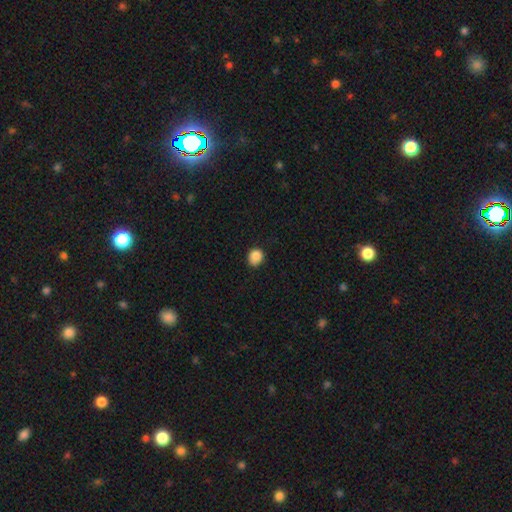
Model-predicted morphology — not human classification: Q: Smooth or featured?
A: smooth (87%); runner-up: star or artifact (10%)
Q: How rounded?
A: round (77%); runner-up: in between (22%)
Q: Merging?
A: none (81%); runner-up: minor disturbance (15%)